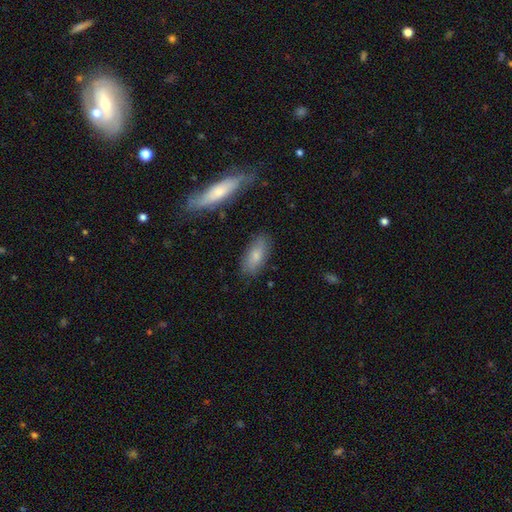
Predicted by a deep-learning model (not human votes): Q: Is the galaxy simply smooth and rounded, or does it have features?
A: smooth — 74%.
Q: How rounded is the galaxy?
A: in between — 80%.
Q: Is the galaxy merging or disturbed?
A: none — 79%.